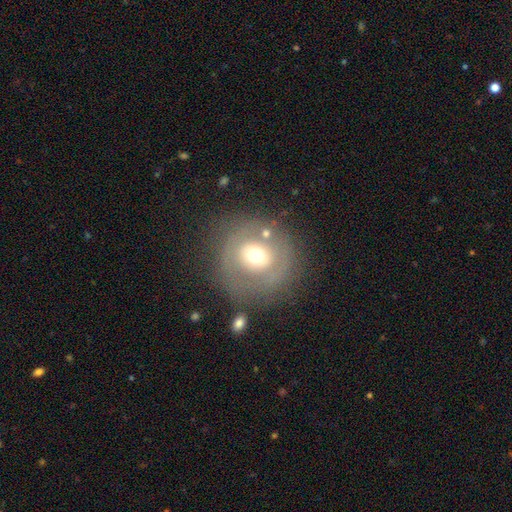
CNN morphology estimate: Smooth or featured?
  - smooth: 50% *
  - featured or disk: 39%
  - star or artifact: 11%
How rounded?
  - round: 90% *
  - in between: 9%
  - cigar-shaped: 1%
Merging?
  - none: 72% *
  - minor disturbance: 13%
  - major disturbance: 9%
  - merger: 5%